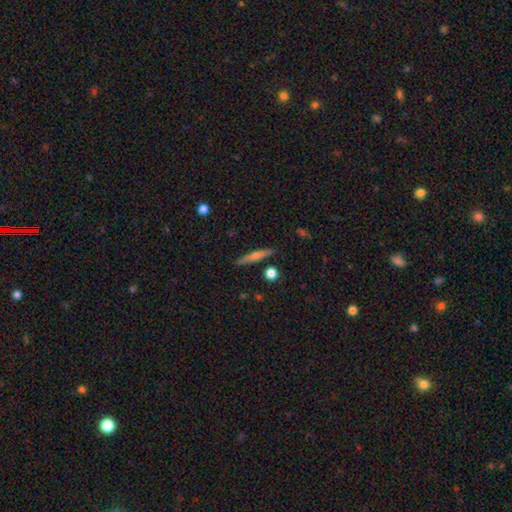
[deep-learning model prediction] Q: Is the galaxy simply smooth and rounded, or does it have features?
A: featured or disk — 49%.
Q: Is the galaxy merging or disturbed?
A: none — 89%.